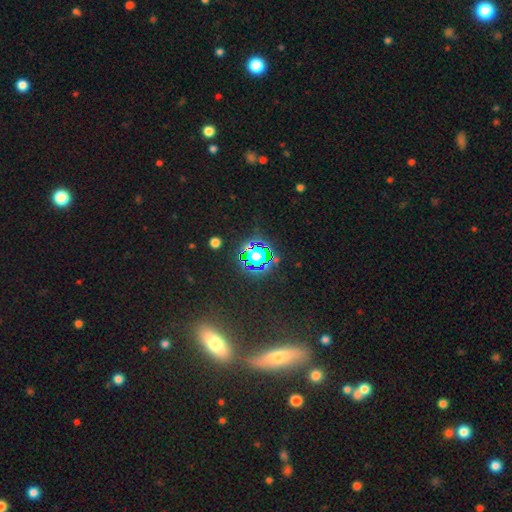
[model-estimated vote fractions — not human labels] Smooth or featured? Predicted: star or artifact (p=0.66).